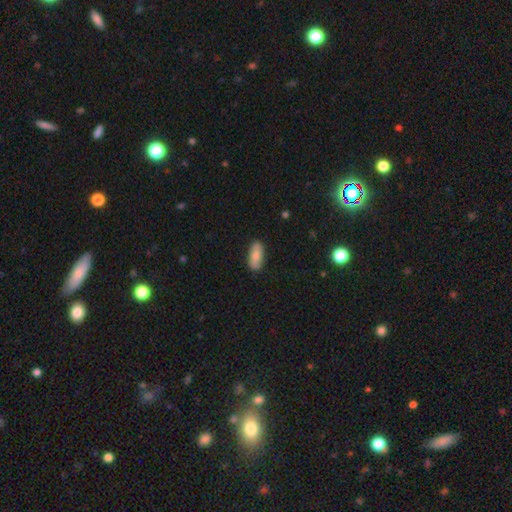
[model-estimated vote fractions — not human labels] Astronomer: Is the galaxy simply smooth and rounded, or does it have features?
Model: smooth — 75%.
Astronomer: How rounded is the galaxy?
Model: in between — 85%.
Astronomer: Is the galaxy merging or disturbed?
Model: none — 84%.